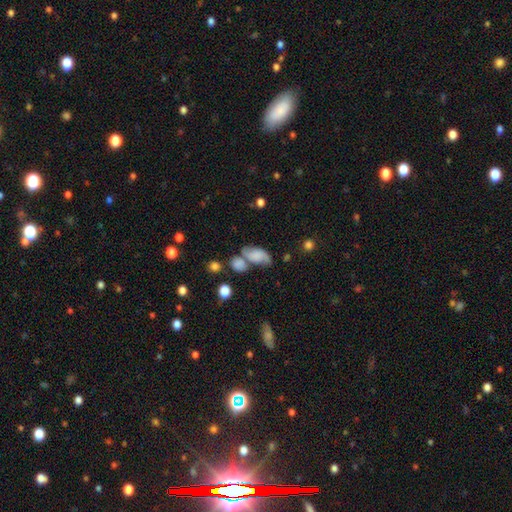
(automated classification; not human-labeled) Smooth or featured: smooth — 52% (featured or disk — 38%)
How rounded: in between — 86% (round — 10%)
Merging: none — 37% (merger — 29%)